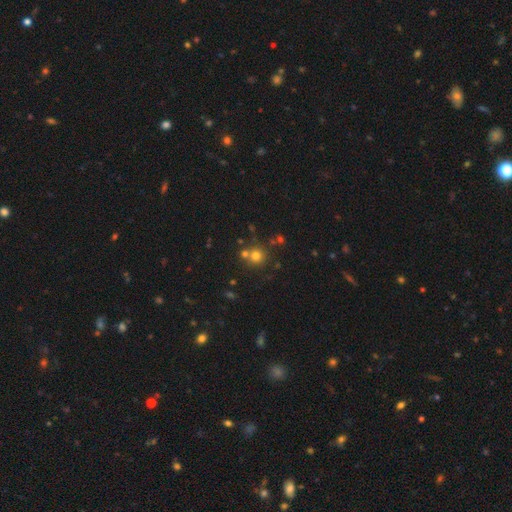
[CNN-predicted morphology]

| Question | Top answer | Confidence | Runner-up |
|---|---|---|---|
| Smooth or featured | smooth | 69% | star or artifact (20%) |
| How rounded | round | 91% | in between (8%) |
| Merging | none | 64% | merger (25%) |